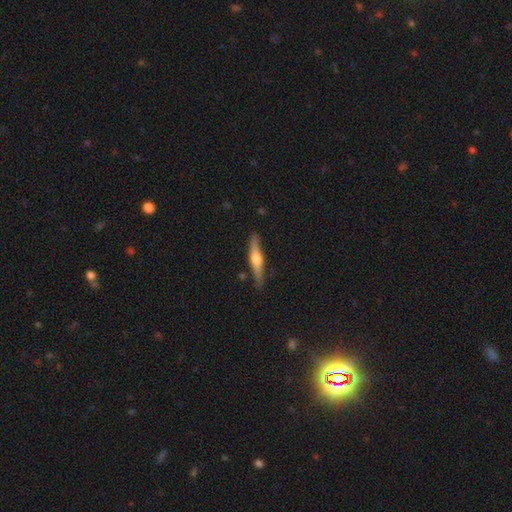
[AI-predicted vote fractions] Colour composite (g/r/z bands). It shows a featured or disk galaxy (66%) viewed edge-on (97%) with a rounded central bulge (91%). Merging: none (87%).